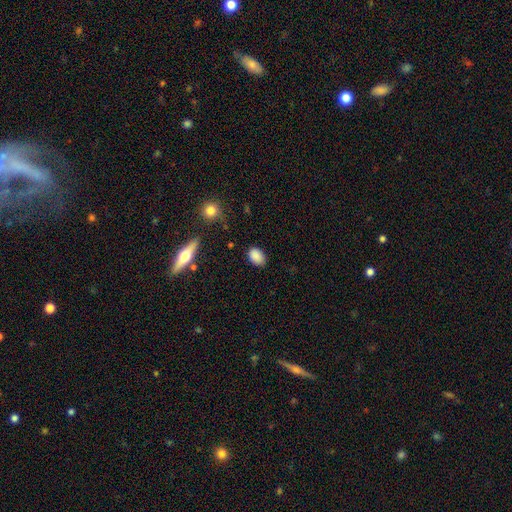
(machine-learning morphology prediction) A smooth galaxy with no disk features (87%) that is in between round and cigar-shaped (84%).

Vote fractions:
- Smooth or featured? smooth: 87% / star or artifact: 8% / featured or disk: 5%
- How rounded? in between: 84% / round: 14% / cigar-shaped: 2%
- Merging? none: 83% / minor disturbance: 13% / major disturbance: 3% / merger: 2%